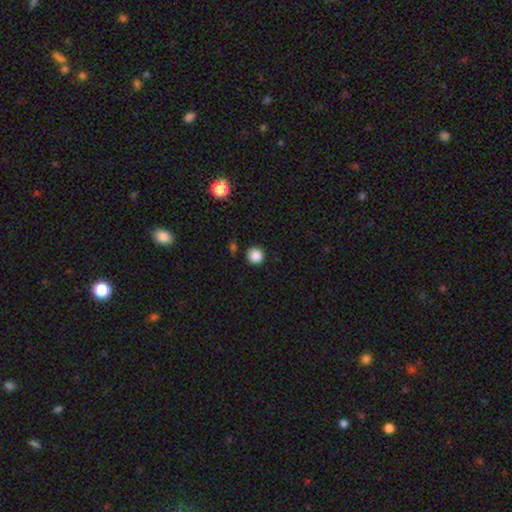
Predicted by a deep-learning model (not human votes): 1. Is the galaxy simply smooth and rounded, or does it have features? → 87% smooth, 10% star or artifact, 3% featured or disk.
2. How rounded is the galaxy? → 95% round, 5% in between, 1% cigar-shaped.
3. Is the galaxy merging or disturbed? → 88% none, 8% minor disturbance, 2% major disturbance, 2% merger.